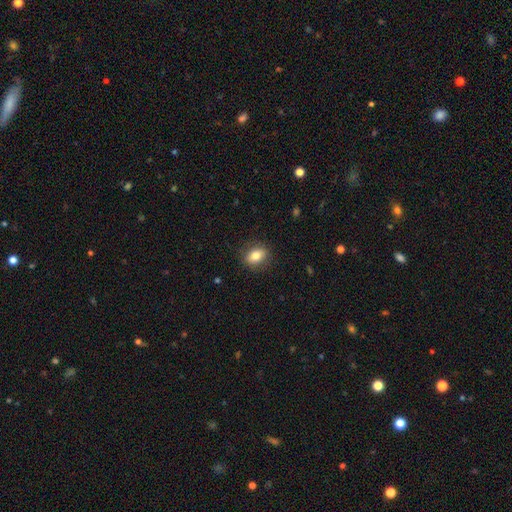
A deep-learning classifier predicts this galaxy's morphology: A smooth galaxy with no disk features (78%) that is in between round and cigar-shaped (67%).

Vote fractions:
- Smooth or featured? smooth: 78% / featured or disk: 14% / star or artifact: 9%
- How rounded? in between: 67% / round: 31% / cigar-shaped: 2%
- Merging? none: 86% / minor disturbance: 10% / major disturbance: 3% / merger: 1%